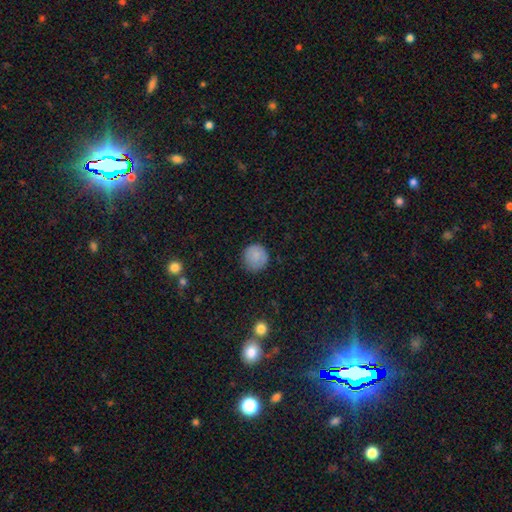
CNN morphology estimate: Smooth or featured: smooth — 83% (star or artifact — 9%)
How rounded: round — 94% (in between — 5%)
Merging: none — 82% (minor disturbance — 14%)